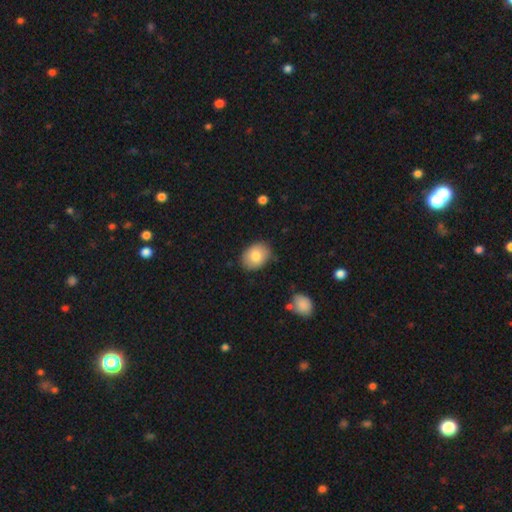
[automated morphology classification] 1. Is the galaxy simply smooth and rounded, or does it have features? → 81% smooth, 12% featured or disk, 7% star or artifact.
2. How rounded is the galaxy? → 69% in between, 30% round, 1% cigar-shaped.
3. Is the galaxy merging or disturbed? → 83% none, 13% minor disturbance, 2% major disturbance, 1% merger.